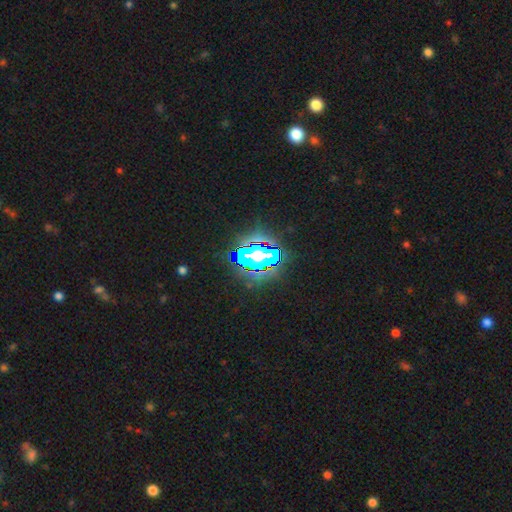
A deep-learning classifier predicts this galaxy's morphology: Smooth or featured? Predicted: star or artifact (p=0.81).